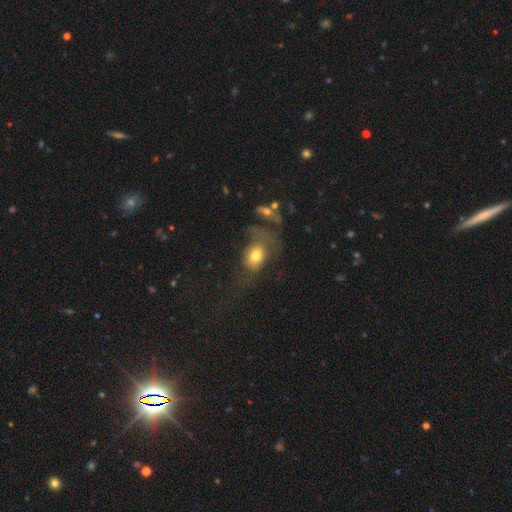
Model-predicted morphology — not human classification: This is likely a smooth galaxy (70%). How rounded: likely in between (71%). Merging: marginally major disturbance (42%).